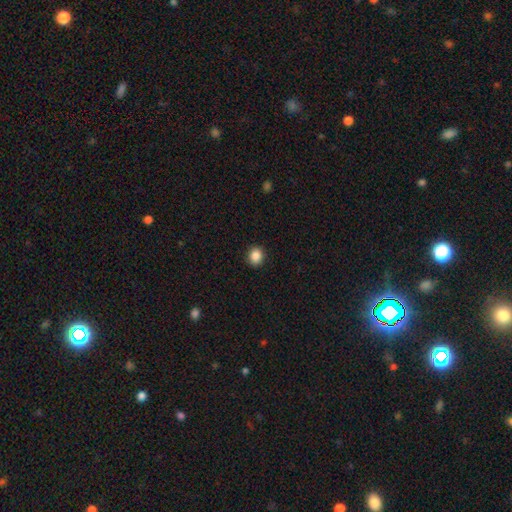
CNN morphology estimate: smooth_or_featured: smooth (p=0.87) [alt: star or artifact p=0.10]
how_rounded: round (p=0.73) [alt: in between p=0.26]
merging: none (p=0.91) [alt: minor disturbance p=0.06]